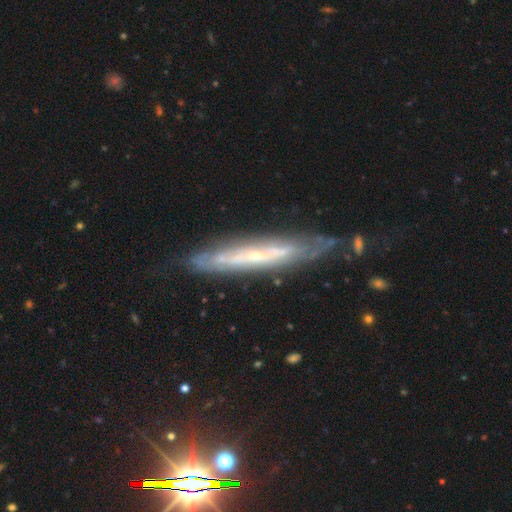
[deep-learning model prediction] Smooth or featured? featured or disk (77%)
Edge-on disk? yes (62%)
Merging? none (70%)